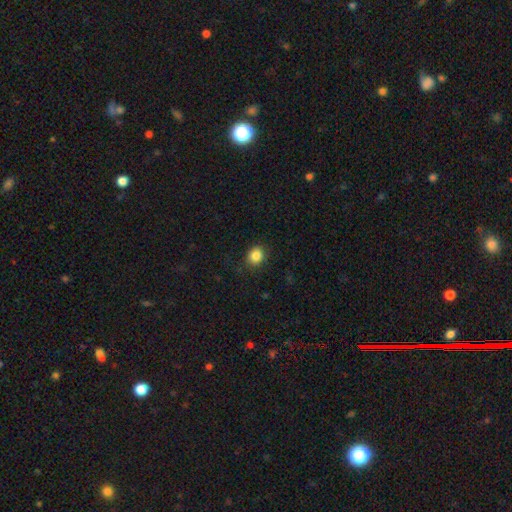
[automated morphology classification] smooth 86%, star or artifact 10%, featured or disk 4%. Down the decision tree: how rounded — round (70%); merging — none (85%).